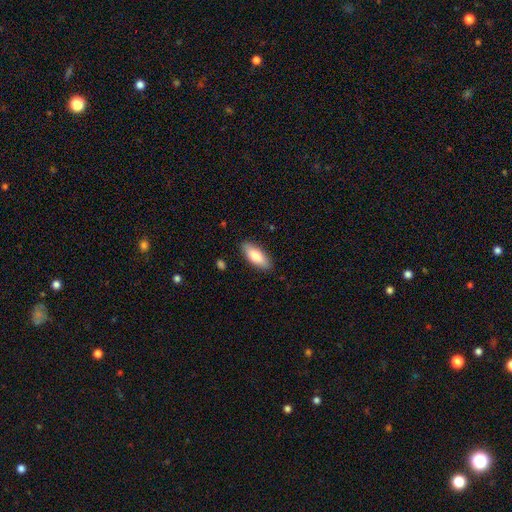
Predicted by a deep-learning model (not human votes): This is likely a smooth galaxy (77%). How rounded: likely in between (75%). Merging: clearly none (87%).